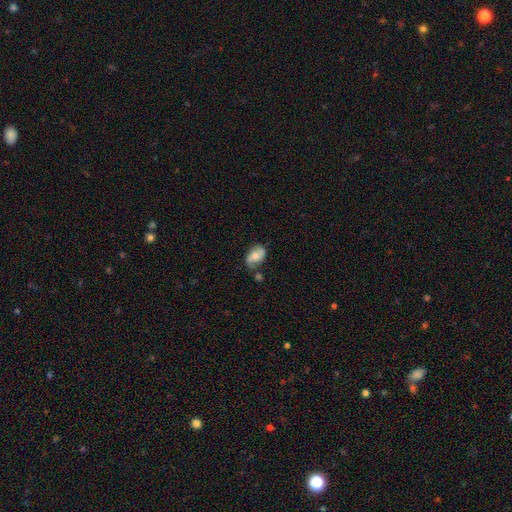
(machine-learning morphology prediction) Smooth or featured? smooth (50%)
How rounded? in between (87%)
Merging? none (57%)